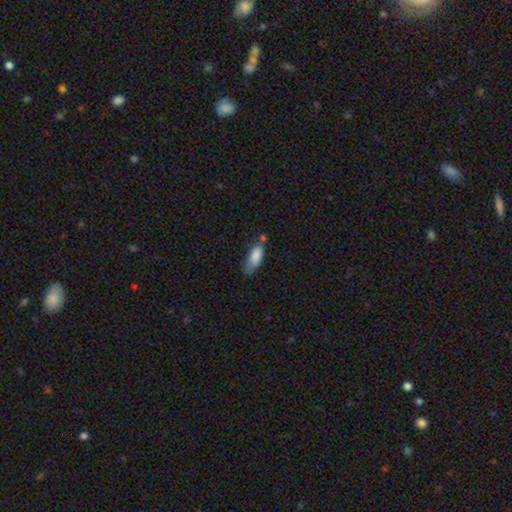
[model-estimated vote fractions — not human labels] Smooth or featured? Predicted: smooth (p=0.84). How rounded? Predicted: in between (p=0.75). Merging? Predicted: none (p=0.38).